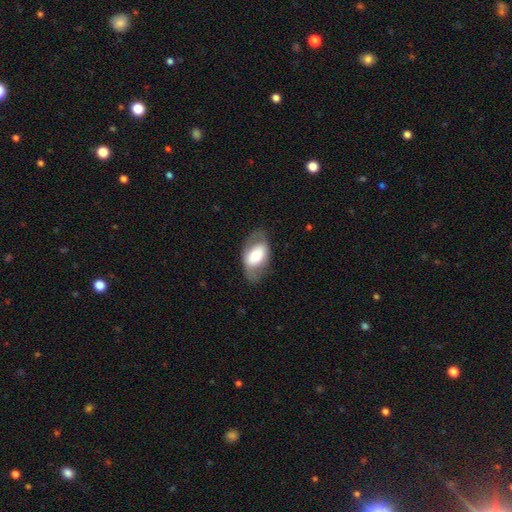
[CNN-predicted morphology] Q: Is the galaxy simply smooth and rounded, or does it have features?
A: smooth — 52%.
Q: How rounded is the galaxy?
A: in between — 90%.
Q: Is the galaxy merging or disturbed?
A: none — 71%.